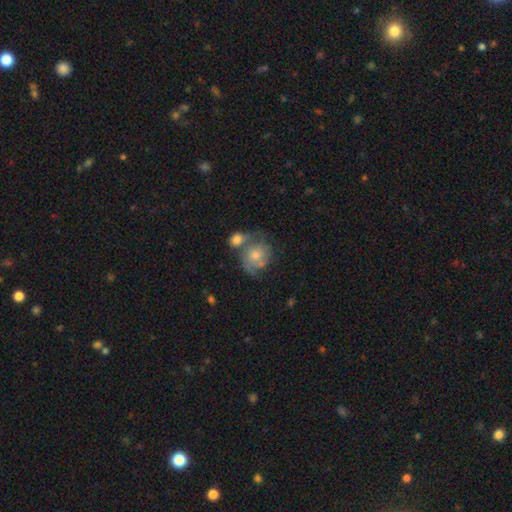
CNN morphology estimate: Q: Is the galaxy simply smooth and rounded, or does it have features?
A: smooth — 49%.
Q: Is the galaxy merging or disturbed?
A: merger — 45%.